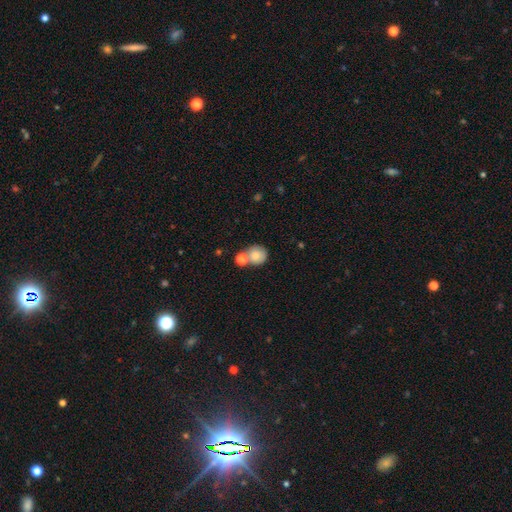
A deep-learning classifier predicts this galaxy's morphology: Smooth or featured? smooth (81%)
How rounded? round (86%)
Merging? none (54%)